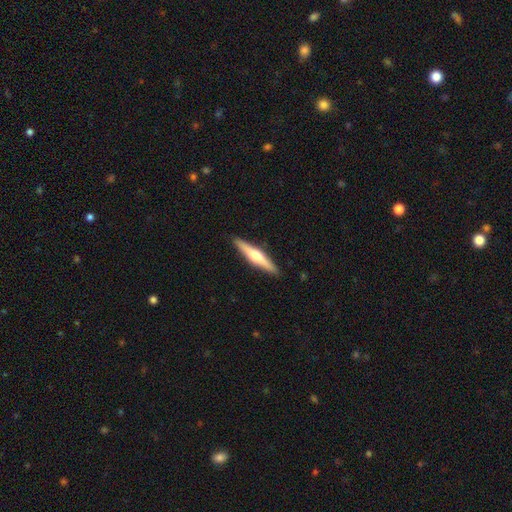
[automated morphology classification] Smooth or featured?
  - featured or disk: 61% *
  - smooth: 34%
  - star or artifact: 5%
Edge-on disk?
  - yes: 97% *
  - no: 3%
Edge-on bulge?
  - rounded: 89% *
  - boxy: 6%
  - none: 5%
Merging?
  - none: 91% *
  - minor disturbance: 7%
  - major disturbance: 1%
  - merger: 1%